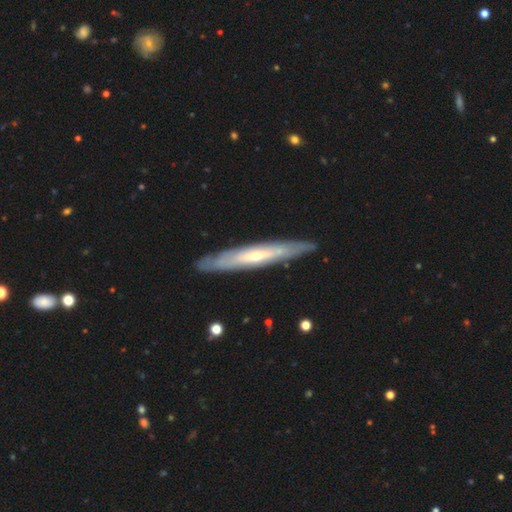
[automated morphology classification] featured or disk 71%, smooth 23%, star or artifact 5%. Down the decision tree: edge-on disk — yes (76%); edge-on bulge — rounded (61%); merging — none (87%).